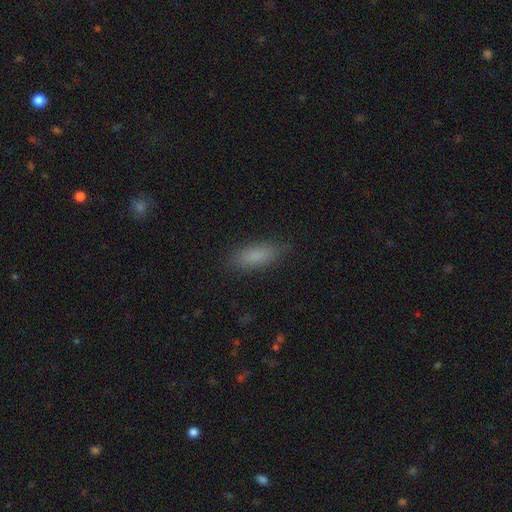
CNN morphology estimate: Overall: smooth (84%). How rounded: in between (71%). Merging: none (83%).